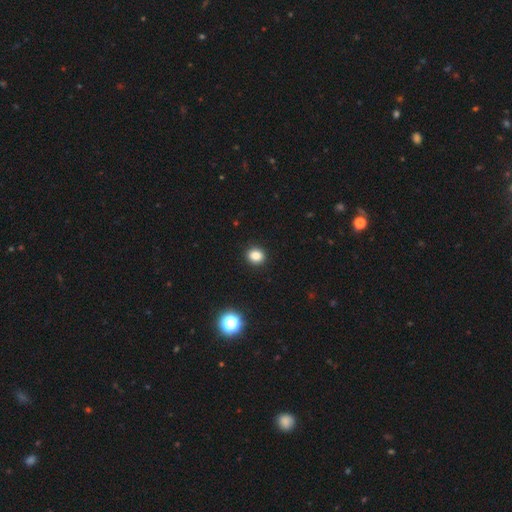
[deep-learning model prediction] A smooth galaxy with no disk features (84%) that is round (77%). Merging: none (92%).